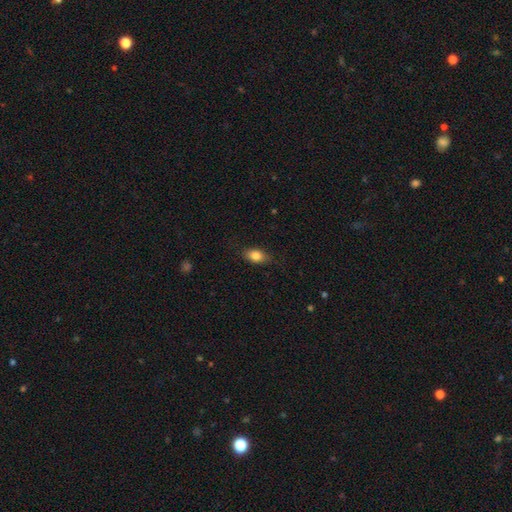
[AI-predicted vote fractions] smooth_or_featured: smooth (p=0.83) [alt: featured or disk p=0.09]
how_rounded: in between (p=0.83) [alt: round p=0.13]
merging: none (p=0.82) [alt: minor disturbance p=0.14]